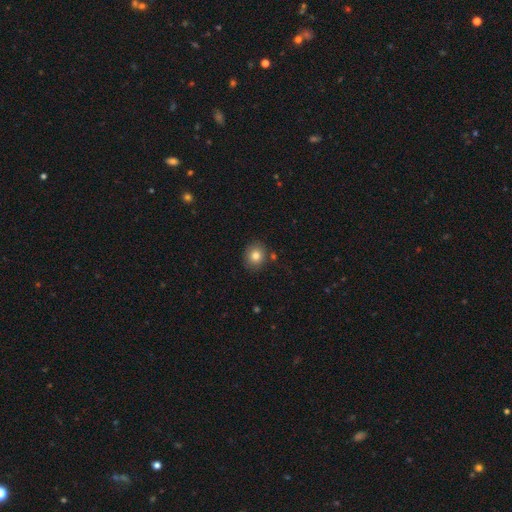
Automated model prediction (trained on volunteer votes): A smooth galaxy with no disk features (81%) that is round (73%). Merging: none (83%).